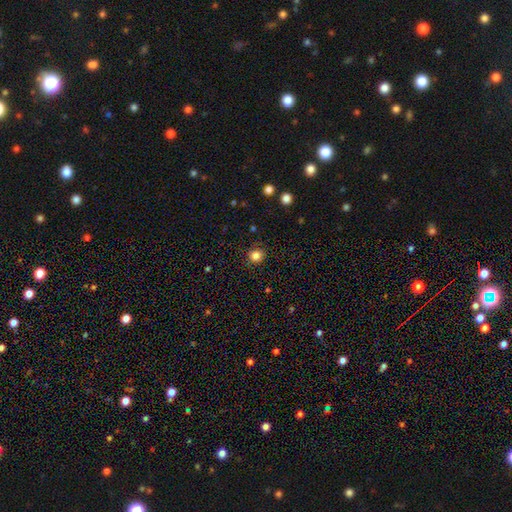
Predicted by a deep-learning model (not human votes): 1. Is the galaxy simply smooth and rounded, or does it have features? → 83% smooth, 12% star or artifact, 5% featured or disk.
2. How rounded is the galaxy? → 87% round, 12% in between, 1% cigar-shaped.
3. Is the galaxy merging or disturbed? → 88% none, 9% minor disturbance, 3% major disturbance, 1% merger.